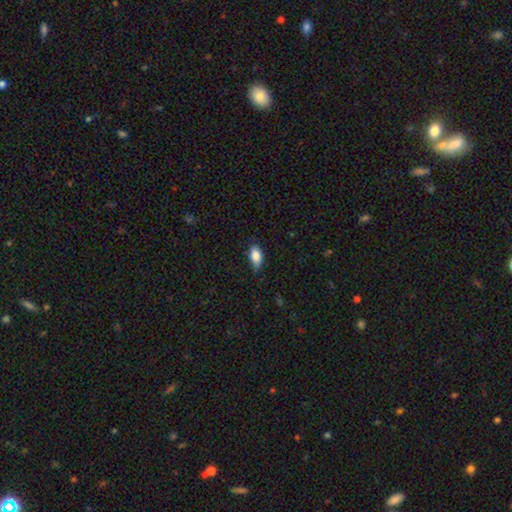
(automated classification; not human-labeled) Morphology: type=smooth (85%); roundness=in between (89%); merging=none (73%).